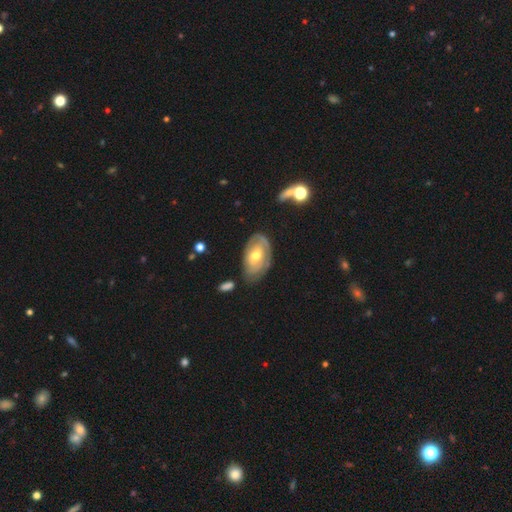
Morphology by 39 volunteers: Q: Smooth or featured?
A: featured or disk (56%); runner-up: smooth (41%)
Q: Edge-on disk?
A: no (86%); runner-up: yes (14%)
Q: Bar?
A: no (79%); runner-up: weak (21%)
Q: Spiral arms?
A: no (53%); runner-up: yes (47%)
Q: Bulge size?
A: moderate (74%); runner-up: small (16%)
Q: Merging?
A: none (55%); runner-up: minor disturbance (24%)